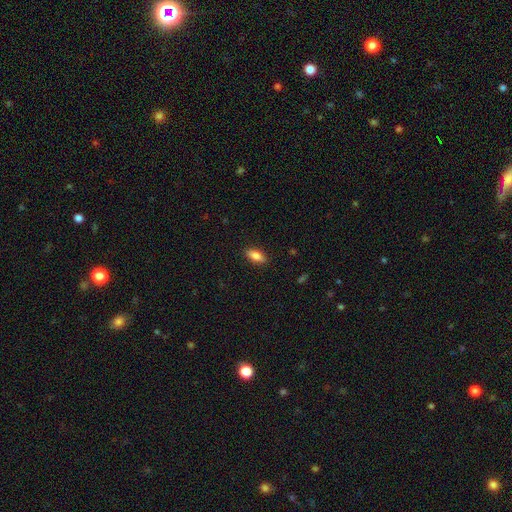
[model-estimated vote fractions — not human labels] Smooth or featured: smooth — 84% (featured or disk — 9%)
How rounded: in between — 80% (cigar-shaped — 17%)
Merging: none — 88% (minor disturbance — 9%)